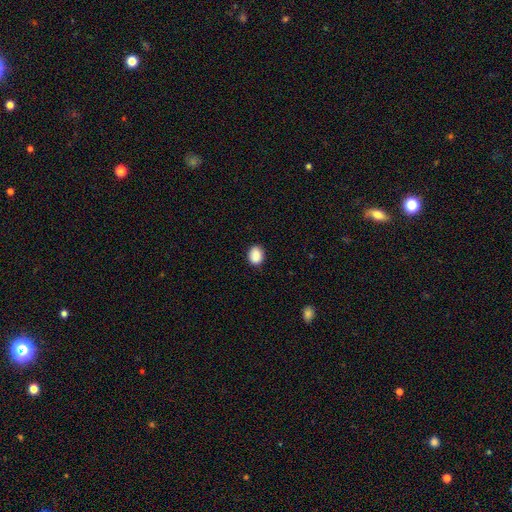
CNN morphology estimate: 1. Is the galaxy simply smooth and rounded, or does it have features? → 89% smooth, 8% star or artifact, 3% featured or disk.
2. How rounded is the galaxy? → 58% in between, 41% round, 1% cigar-shaped.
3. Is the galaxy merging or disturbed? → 87% none, 10% minor disturbance, 2% major disturbance, 1% merger.